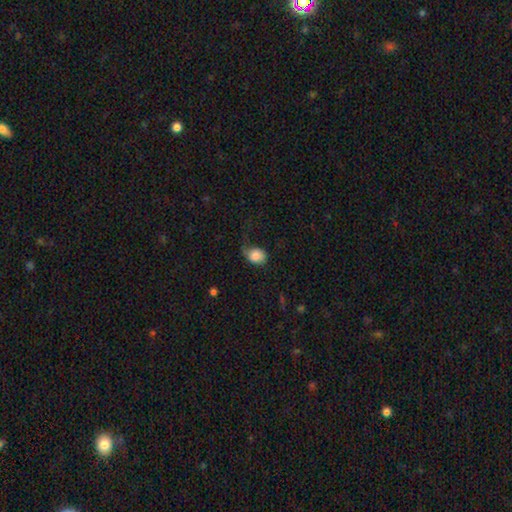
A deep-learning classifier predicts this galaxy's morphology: Smooth or featured: smooth — 79% (featured or disk — 14%)
How rounded: in between — 54% (round — 45%)
Merging: none — 34% (major disturbance — 32%)